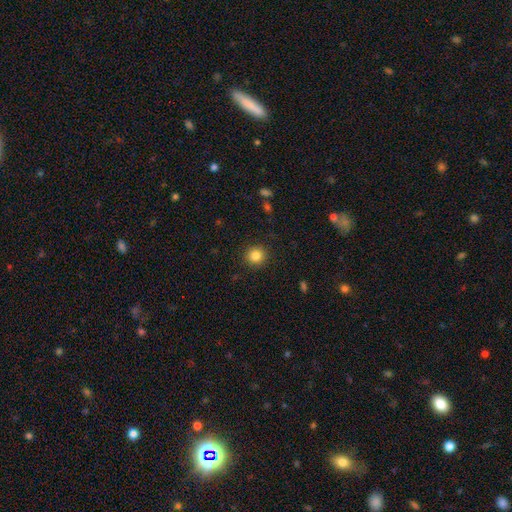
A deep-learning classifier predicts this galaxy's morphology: The model was most divided on "smooth or featured": smooth: 84%, star or artifact: 11%, featured or disk: 5%. More confident: how rounded — round (93%); merging — none (91%).